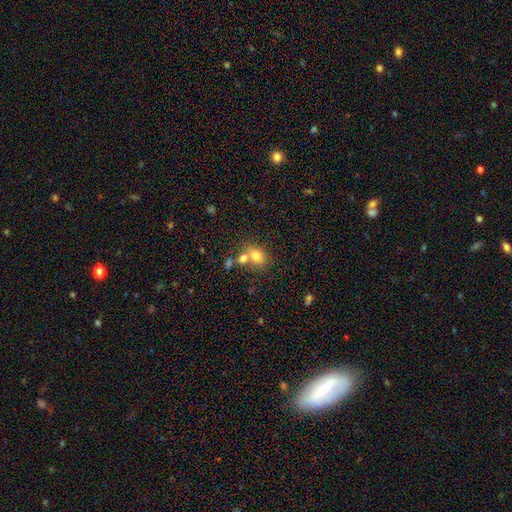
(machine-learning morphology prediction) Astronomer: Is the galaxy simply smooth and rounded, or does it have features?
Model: smooth — 76%.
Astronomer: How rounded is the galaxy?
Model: in between — 52% (runner-up: round, 47%).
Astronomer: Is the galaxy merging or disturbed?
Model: none — 44% (runner-up: merger, 42%).